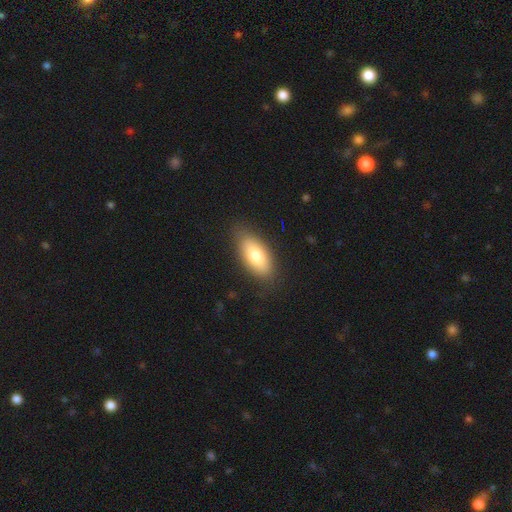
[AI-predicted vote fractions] A smooth galaxy with no disk features (77%) that is in between round and cigar-shaped (87%). Merging: none (83%).